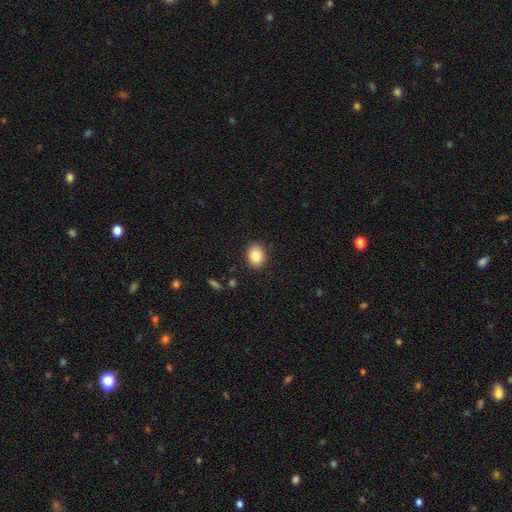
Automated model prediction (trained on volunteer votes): This is clearly a smooth galaxy (83%). How rounded: possibly round (54%). Merging: clearly none (90%).